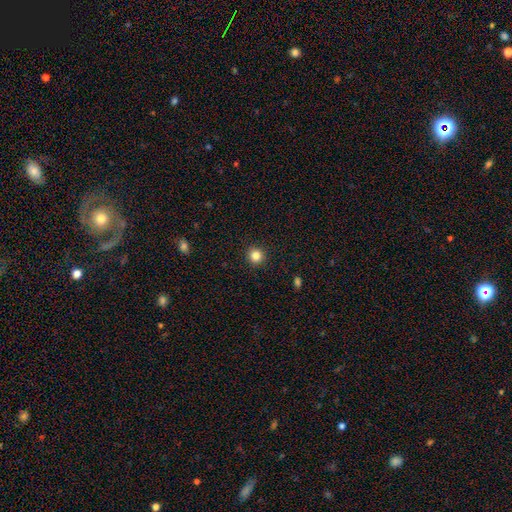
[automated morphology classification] Smooth or featured? smooth (84%)
How rounded? round (94%)
Merging? none (93%)